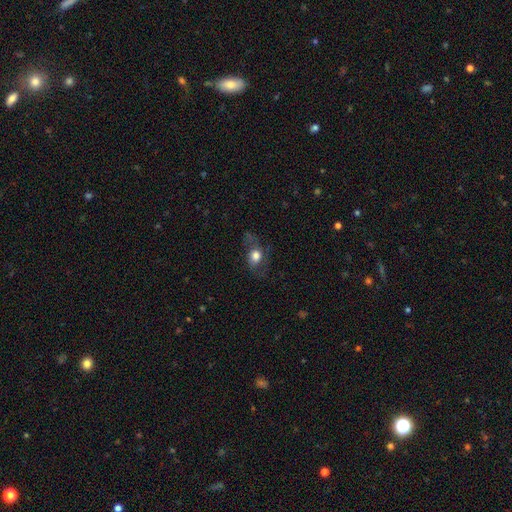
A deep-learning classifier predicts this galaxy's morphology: type=smooth (64%); roundness=in between (56%); merging=none (49%).